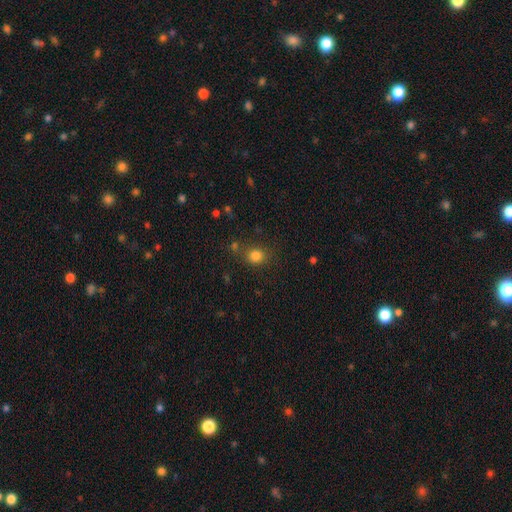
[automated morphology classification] type=smooth (80%); roundness=round (69%); merging=none (74%).